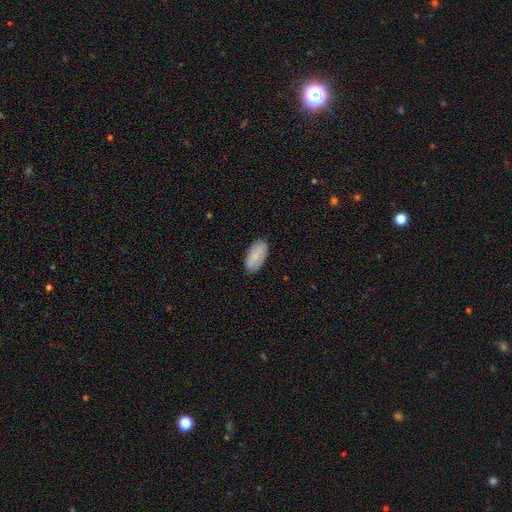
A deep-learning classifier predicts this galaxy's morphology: A smooth galaxy with no disk features (76%) that is in between round and cigar-shaped (94%).

Vote fractions:
- Smooth or featured? smooth: 76% / featured or disk: 18% / star or artifact: 7%
- How rounded? in between: 94% / cigar-shaped: 3% / round: 3%
- Merging? none: 83% / minor disturbance: 13% / major disturbance: 3% / merger: 1%